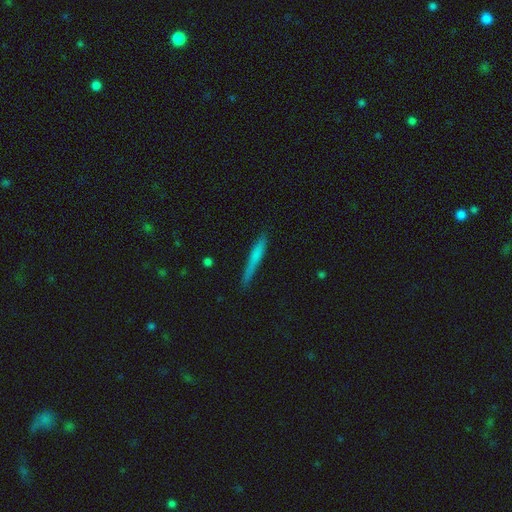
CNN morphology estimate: A smooth galaxy with no disk features (64%) that is cigar-shaped (95%).

Vote fractions:
- Smooth or featured? smooth: 64% / featured or disk: 29% / star or artifact: 7%
- How rounded? cigar-shaped: 95% / in between: 3% / round: 2%
- Merging? none: 83% / minor disturbance: 13% / major disturbance: 2% / merger: 2%